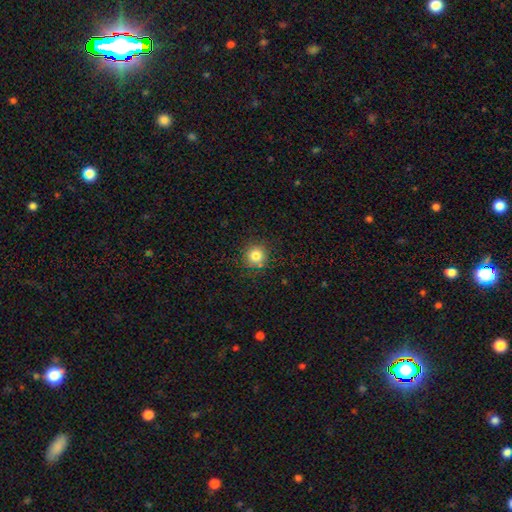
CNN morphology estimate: This is likely a smooth galaxy (80%). How rounded: clearly round (93%). Merging: clearly none (87%).